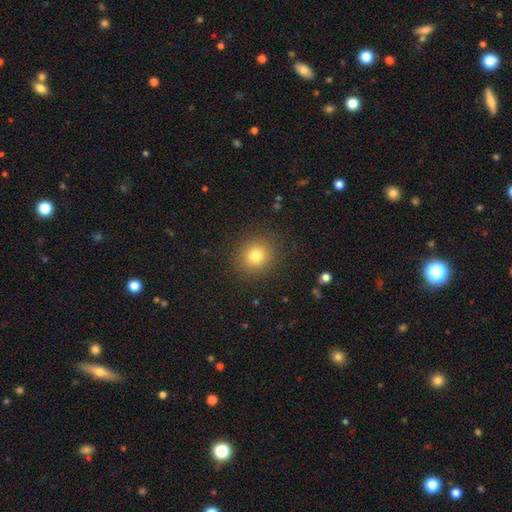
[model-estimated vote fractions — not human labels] This is likely a smooth galaxy (79%). How rounded: clearly round (85%). Merging: clearly none (89%).